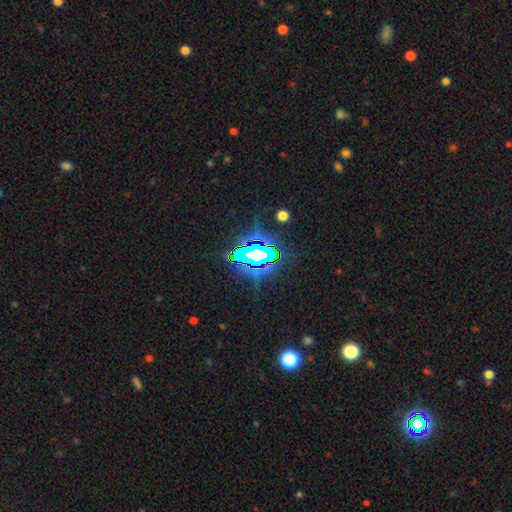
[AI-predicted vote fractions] The model was most divided on "smooth or featured": star or artifact: 69%, featured or disk: 17%, smooth: 14%.